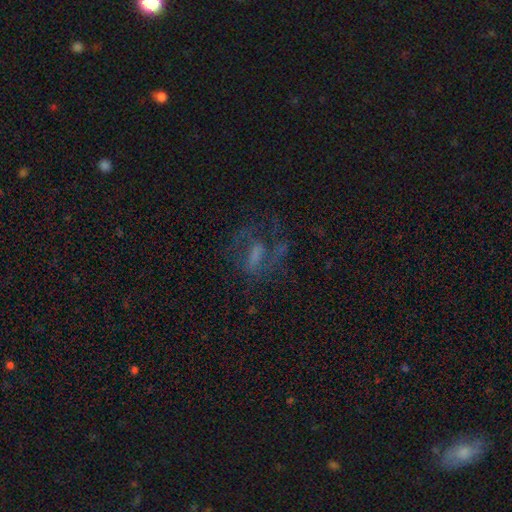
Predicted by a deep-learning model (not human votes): featured or disk 51%, smooth 28%, star or artifact 21%. Down the decision tree: edge-on disk — no (90%); merging — none (47%).